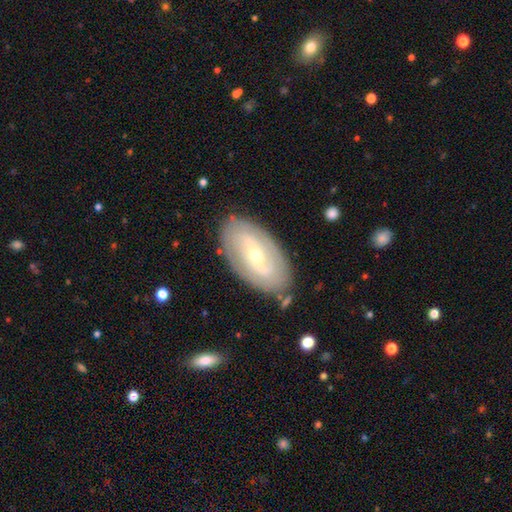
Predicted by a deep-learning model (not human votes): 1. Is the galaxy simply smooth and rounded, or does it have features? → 75% featured or disk, 20% smooth, 5% star or artifact.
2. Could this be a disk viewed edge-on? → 92% no, 8% yes.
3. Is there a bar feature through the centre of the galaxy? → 42% weak, 33% strong, 25% no.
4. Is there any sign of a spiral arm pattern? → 74% yes, 26% no.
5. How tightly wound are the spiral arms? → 46% tight, 34% medium, 20% loose.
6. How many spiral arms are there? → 66% 2, 24% can't tell, 4% 3, 2% 1, 2% 4, 2% more than 4.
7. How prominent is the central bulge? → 59% small, 38% moderate, 1% large, 1% none, 1% dominant.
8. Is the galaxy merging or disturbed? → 84% none, 12% minor disturbance, 3% major disturbance, 2% merger.